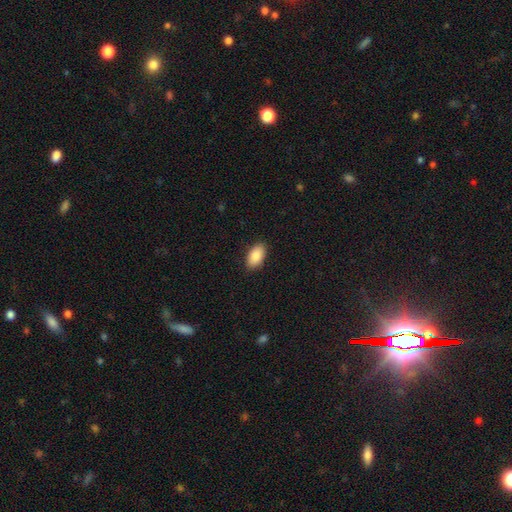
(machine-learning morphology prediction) Smooth or featured: smooth — 87% (featured or disk — 7%)
How rounded: in between — 94% (round — 4%)
Merging: none — 89% (minor disturbance — 8%)